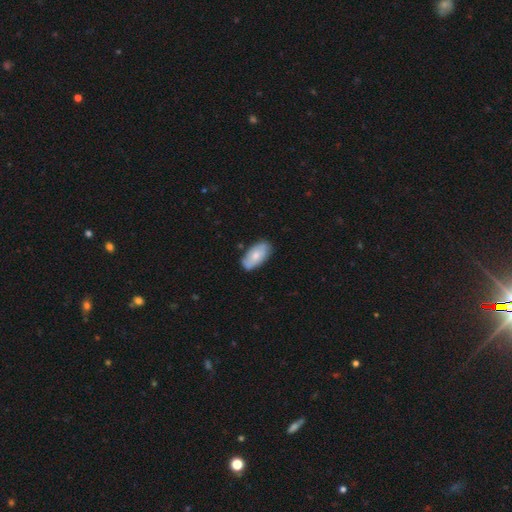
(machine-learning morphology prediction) This is likely a smooth galaxy (68%). How rounded: clearly in between (94%). Merging: likely none (78%).